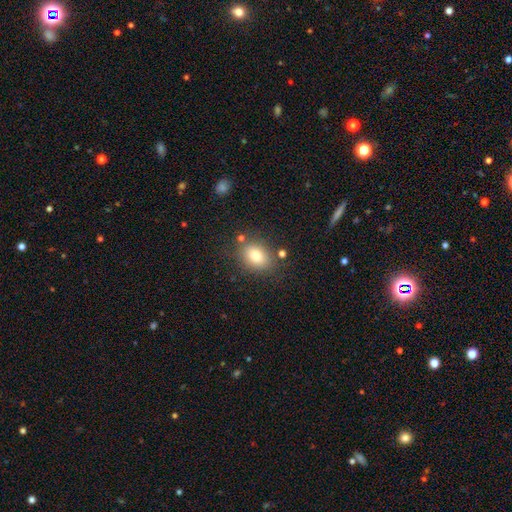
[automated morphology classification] smooth-or-featured: smooth: 80% | featured or disk: 10% | star or artifact: 10%
  how-rounded: in between: 67% | round: 32% | cigar-shaped: 1%
  merging: none: 76% | minor disturbance: 13% | merger: 6% | major disturbance: 4%